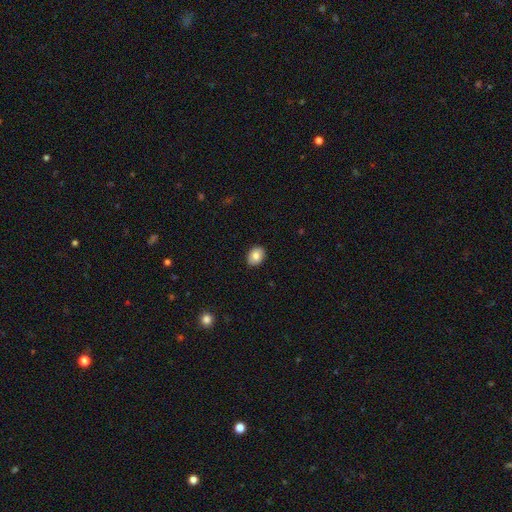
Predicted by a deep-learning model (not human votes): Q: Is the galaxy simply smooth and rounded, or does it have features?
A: smooth — 83%.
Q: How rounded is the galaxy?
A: in between — 62%.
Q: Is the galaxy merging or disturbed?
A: none — 89%.